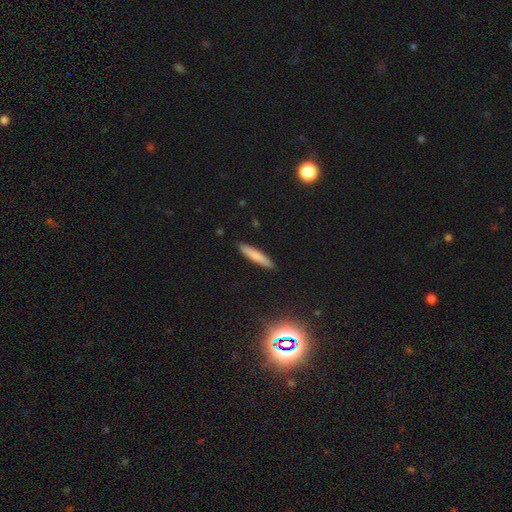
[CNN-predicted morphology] Q: Smooth or featured?
A: smooth (79%); runner-up: featured or disk (15%)
Q: How rounded?
A: cigar-shaped (89%); runner-up: in between (9%)
Q: Merging?
A: none (90%); runner-up: minor disturbance (7%)